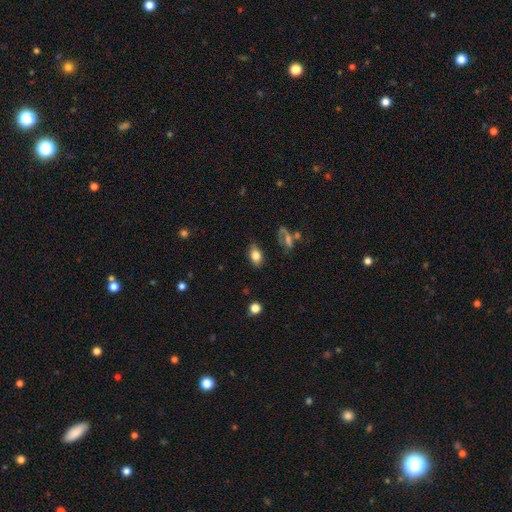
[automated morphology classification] smooth-or-featured: smooth: 79% | featured or disk: 11% | star or artifact: 10%
  how-rounded: in between: 84% | round: 14% | cigar-shaped: 2%
  merging: none: 77% | minor disturbance: 16% | major disturbance: 4% | merger: 2%